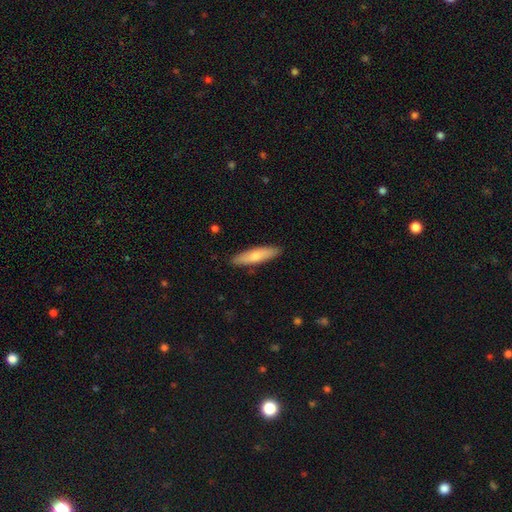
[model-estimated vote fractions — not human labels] The model was most divided on "smooth or featured": smooth: 72%, featured or disk: 23%, star or artifact: 5%. More confident: merging — none (89%); how rounded — cigar-shaped (74%).